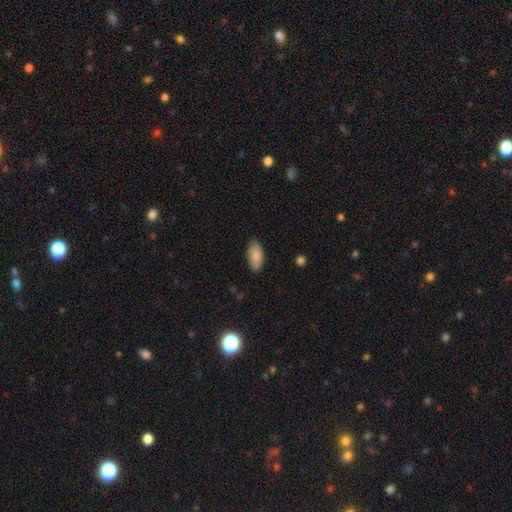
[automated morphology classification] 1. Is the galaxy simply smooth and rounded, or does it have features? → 87% smooth, 7% featured or disk, 6% star or artifact.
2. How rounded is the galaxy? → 93% in between, 5% cigar-shaped, 2% round.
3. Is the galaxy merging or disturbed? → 83% none, 13% minor disturbance, 2% major disturbance, 1% merger.